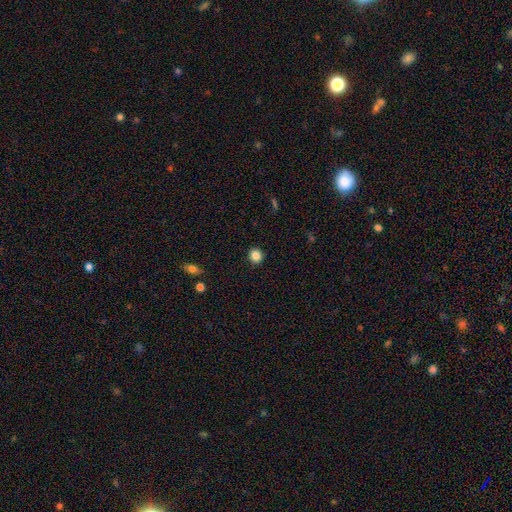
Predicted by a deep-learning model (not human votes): Smooth or featured: smooth — 85% (star or artifact — 11%)
How rounded: round — 90% (in between — 9%)
Merging: none — 92% (minor disturbance — 5%)